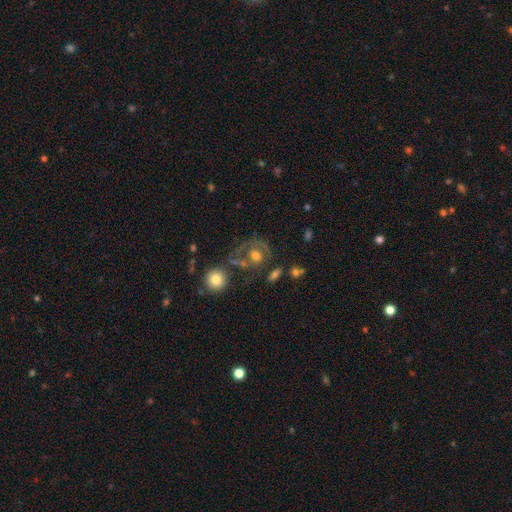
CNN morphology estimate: This is possibly a featured or disk galaxy (51%). It is clearly not viewed edge-on (96%). Merging: possibly none (52%).